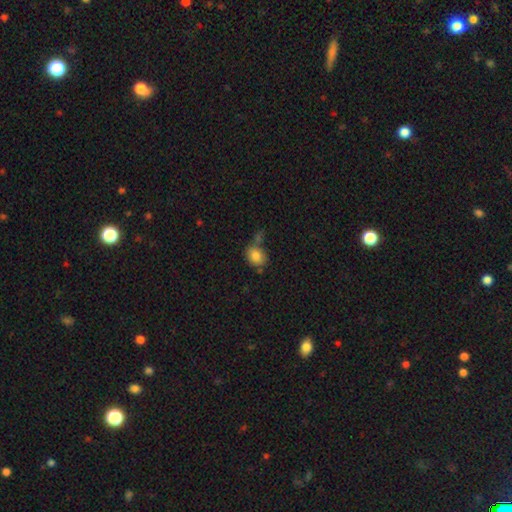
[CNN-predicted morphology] Smooth or featured? smooth (84%)
How rounded? in between (56%)
Merging? none (53%)